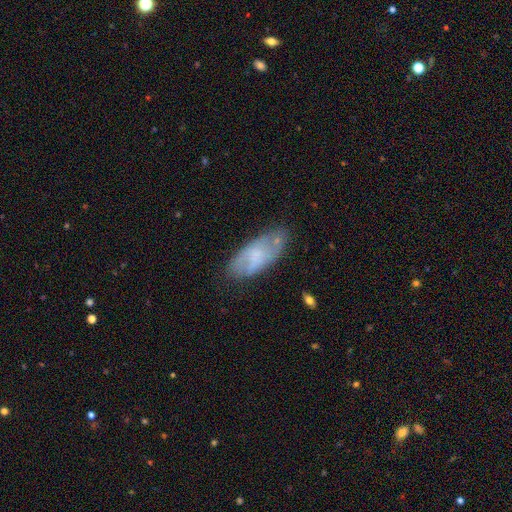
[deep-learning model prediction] This appears to be a smooth galaxy with no disk features (51%) that is in between round and cigar-shaped (80%). Merging: none (66%).